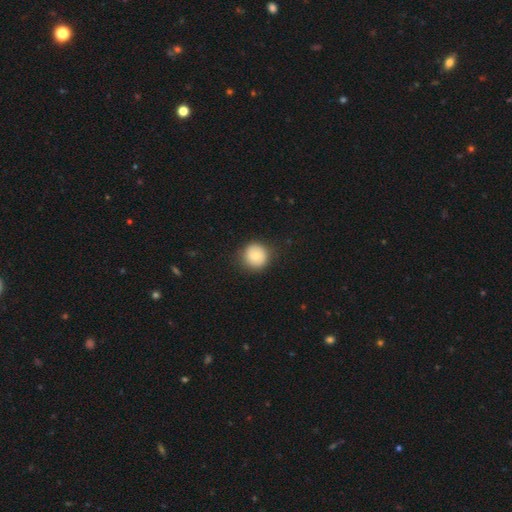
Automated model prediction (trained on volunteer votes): Smooth or featured: smooth — 78% (featured or disk — 14%)
How rounded: round — 92% (in between — 7%)
Merging: none — 85% (minor disturbance — 11%)